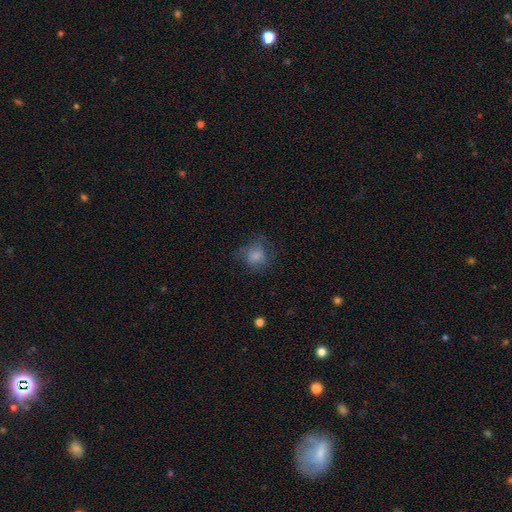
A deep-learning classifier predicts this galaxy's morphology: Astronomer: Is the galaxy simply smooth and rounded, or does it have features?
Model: smooth — 72%.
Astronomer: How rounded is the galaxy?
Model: round — 75%.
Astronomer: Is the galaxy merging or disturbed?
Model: none — 55%.